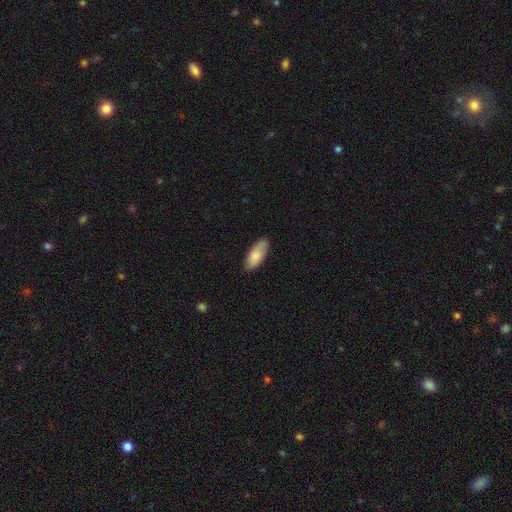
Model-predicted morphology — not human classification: This appears to be a smooth galaxy with no disk features (83%) that is in between round and cigar-shaped (81%). Merging: none (82%).